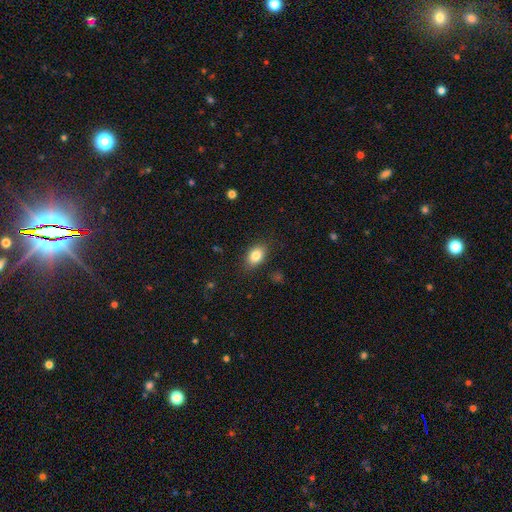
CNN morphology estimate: Smooth or featured? smooth (83%)
How rounded? in between (80%)
Merging? none (84%)